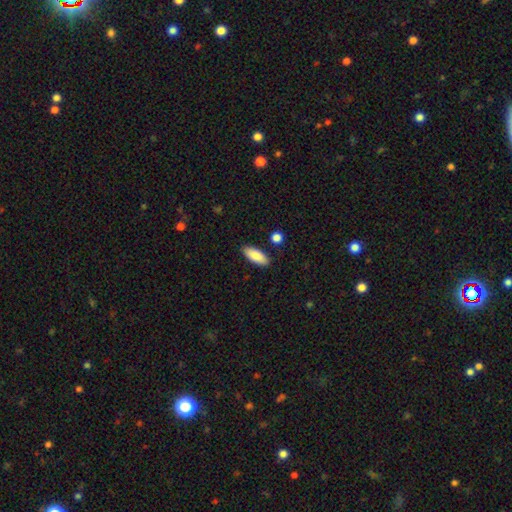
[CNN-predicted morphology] Smooth or featured? Predicted: smooth (p=0.85). How rounded? Predicted: in between (p=0.81). Merging? Predicted: none (p=0.86).